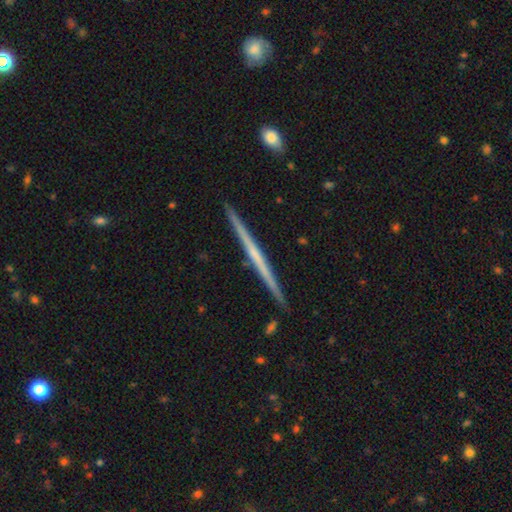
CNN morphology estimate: Smooth or featured?
  - featured or disk: 69% *
  - smooth: 26%
  - star or artifact: 5%
Edge-on disk?
  - yes: 98% *
  - no: 2%
Edge-on bulge?
  - none: 80% *
  - rounded: 15%
  - boxy: 5%
Merging?
  - none: 92% *
  - minor disturbance: 5%
  - merger: 1%
  - major disturbance: 1%